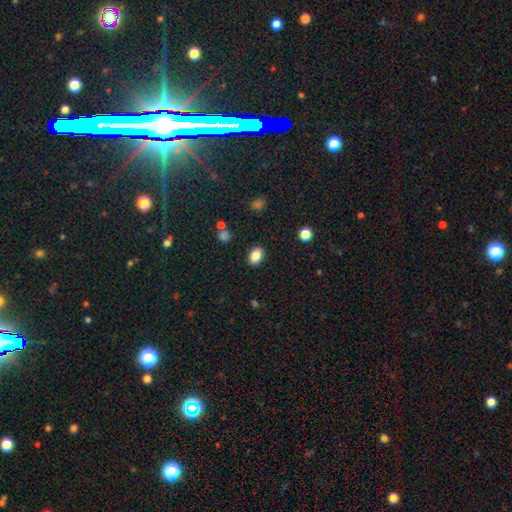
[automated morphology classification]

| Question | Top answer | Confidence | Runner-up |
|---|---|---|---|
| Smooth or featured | smooth | 85% | star or artifact (9%) |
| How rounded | in between | 78% | round (21%) |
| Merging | none | 88% | minor disturbance (8%) |